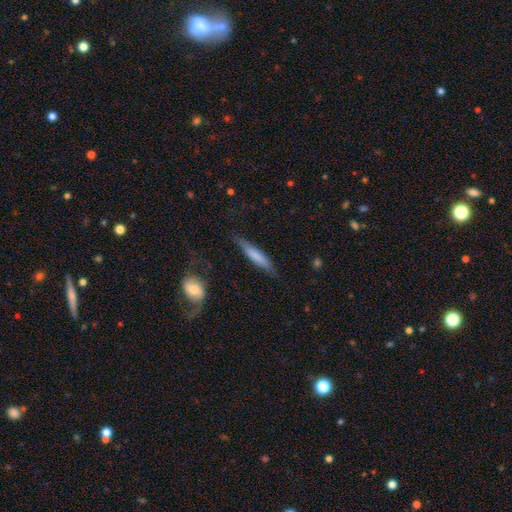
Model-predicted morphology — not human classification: Smooth or featured? Predicted: smooth (p=0.70). How rounded? Predicted: cigar-shaped (p=0.88). Merging? Predicted: none (p=0.78).